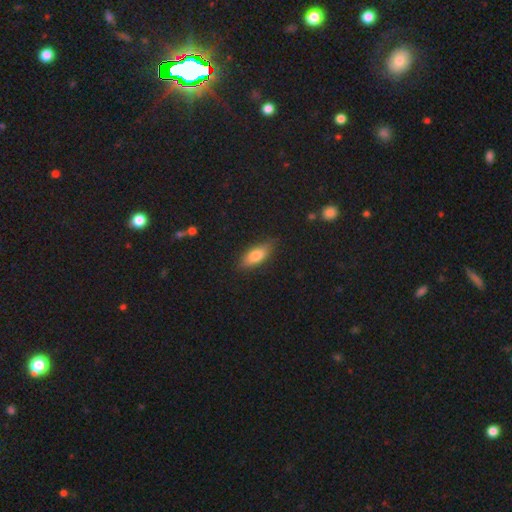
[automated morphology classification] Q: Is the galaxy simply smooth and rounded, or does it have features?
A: smooth — 76%.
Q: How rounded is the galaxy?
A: in between — 74%.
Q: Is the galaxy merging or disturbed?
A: none — 83%.